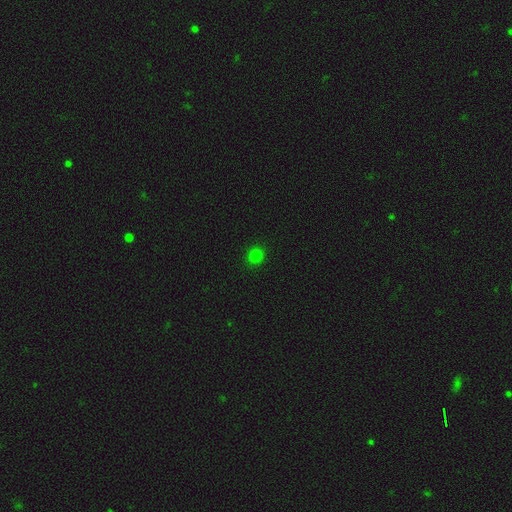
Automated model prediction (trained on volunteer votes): Smooth or featured: smooth — 79% (star or artifact — 17%)
How rounded: round — 92% (in between — 7%)
Merging: none — 92% (minor disturbance — 5%)